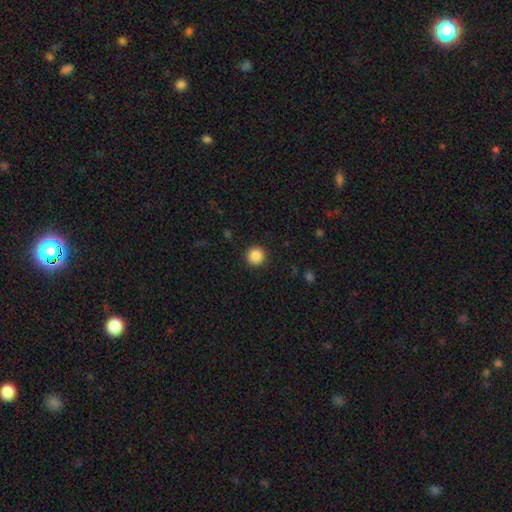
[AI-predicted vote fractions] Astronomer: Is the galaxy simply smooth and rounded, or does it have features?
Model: smooth — 87%.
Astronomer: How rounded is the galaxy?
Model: round — 95%.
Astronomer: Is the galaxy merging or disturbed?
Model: none — 93%.